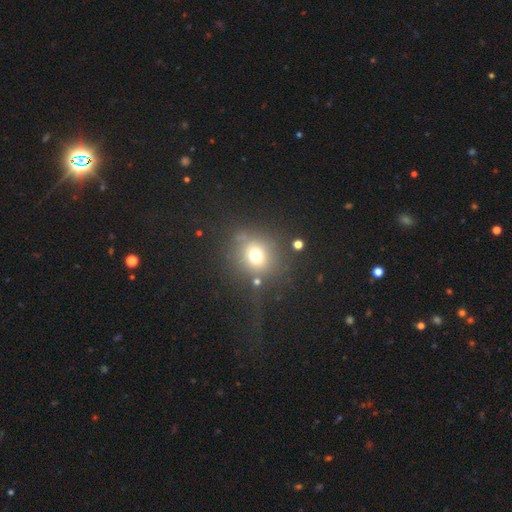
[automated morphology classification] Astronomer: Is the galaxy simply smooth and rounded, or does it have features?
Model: smooth — 70%.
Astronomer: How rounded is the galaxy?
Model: round — 86%.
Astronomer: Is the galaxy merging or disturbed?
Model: none — 68%.